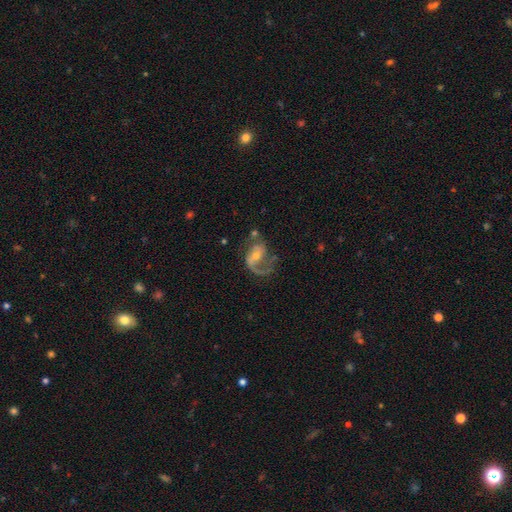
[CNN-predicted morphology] type=featured or disk (82%); edge-on=no (97%); bar=weak (42%); spiral arms=yes (93%); winding=loose (46%); arm count=2 (55%); bulge=small (50%); merging=none (45%).